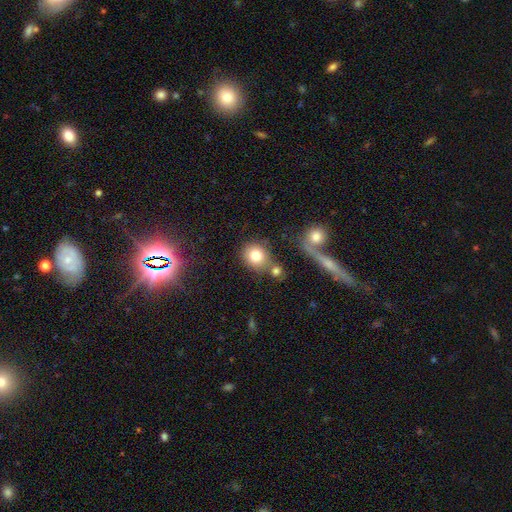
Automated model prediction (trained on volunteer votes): This is clearly a smooth galaxy (80%). How rounded: likely round (79%). Merging: likely none (62%).